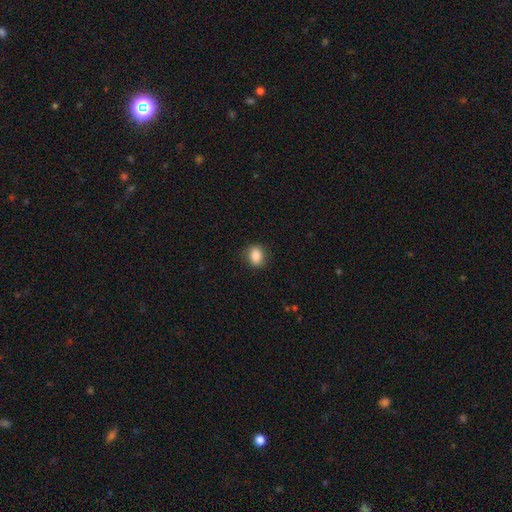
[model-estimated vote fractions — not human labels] Smooth or featured?
  - smooth: 85% *
  - star or artifact: 8%
  - featured or disk: 7%
How rounded?
  - in between: 55% *
  - round: 44%
  - cigar-shaped: 1%
Merging?
  - none: 84% *
  - minor disturbance: 12%
  - major disturbance: 3%
  - merger: 1%